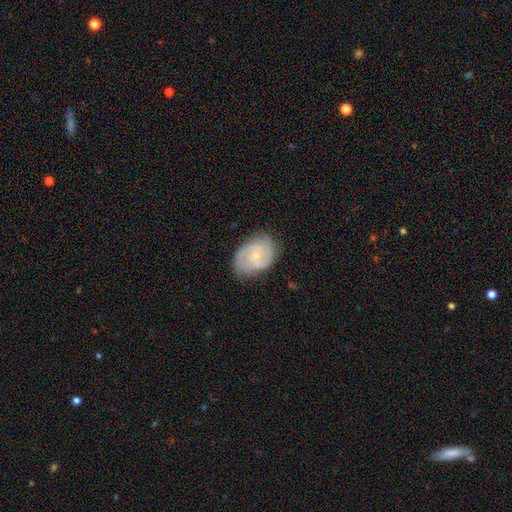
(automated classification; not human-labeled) Smooth or featured? featured or disk (71%)
Edge-on disk? no (97%)
Bar? no (66%)
Spiral arms? yes (92%)
Spiral winding? tight (46%)
Spiral arm count? 2 (40%)
Bulge size? small (75%)
Merging? none (71%)